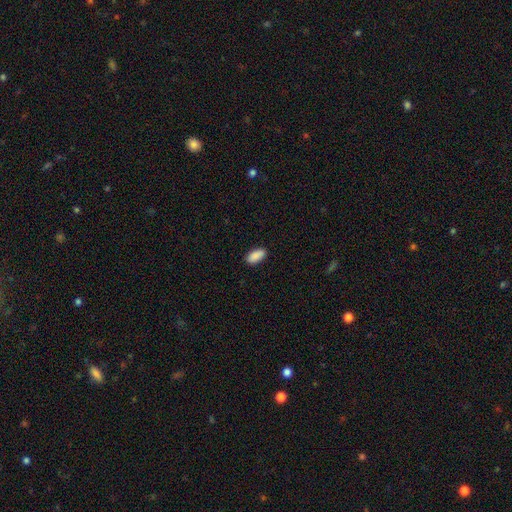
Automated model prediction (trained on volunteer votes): smooth-or-featured: smooth: 90% | star or artifact: 6% | featured or disk: 3%
  how-rounded: in between: 91% | cigar-shaped: 6% | round: 2%
  merging: none: 89% | minor disturbance: 8% | major disturbance: 2% | merger: 1%